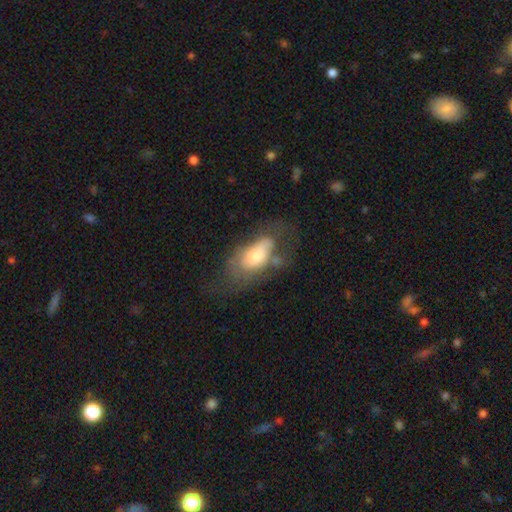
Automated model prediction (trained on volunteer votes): Smooth or featured: smooth — 57% (featured or disk — 35%)
How rounded: in between — 89% (cigar-shaped — 6%)
Merging: none — 35% (major disturbance — 32%)